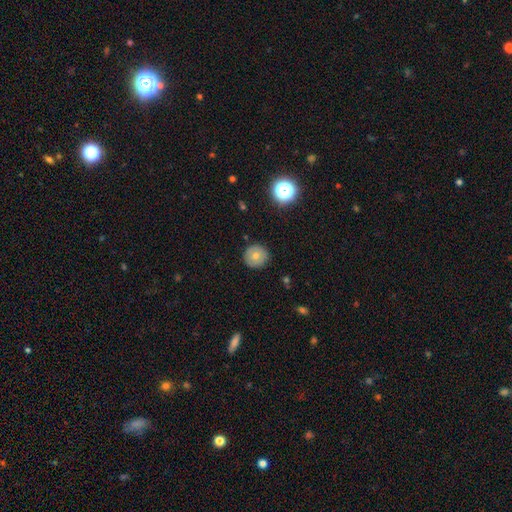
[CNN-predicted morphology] Smooth or featured? smooth (69%)
How rounded? round (95%)
Merging? none (90%)